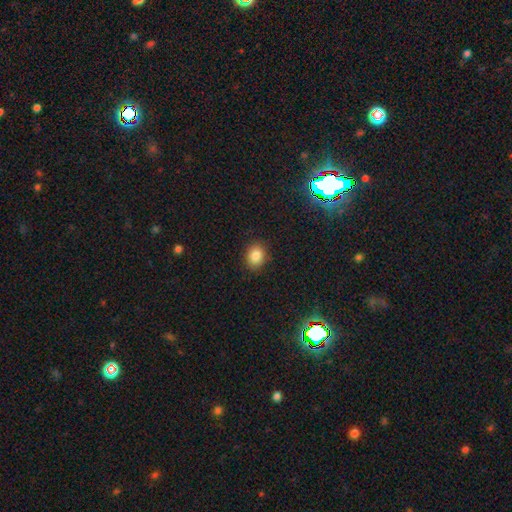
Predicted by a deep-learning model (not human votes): Smooth or featured? Predicted: smooth (p=0.84). How rounded? Predicted: round (p=0.50). Merging? Predicted: none (p=0.88).